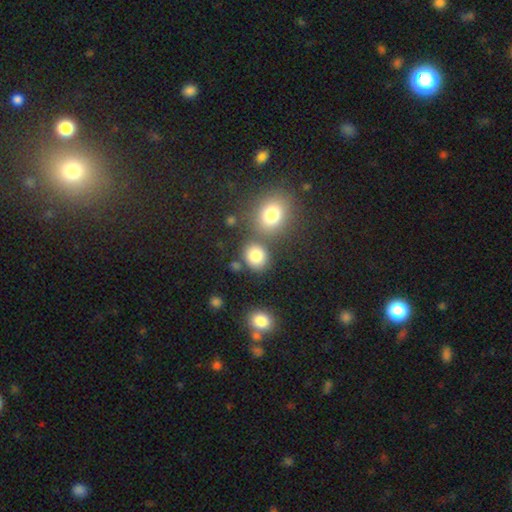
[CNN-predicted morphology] A smooth galaxy with no disk features (82%) that is round (68%).

Vote fractions:
- Smooth or featured? smooth: 82% / star or artifact: 12% / featured or disk: 6%
- How rounded? round: 68% / in between: 31% / cigar-shaped: 1%
- Merging? none: 69% / merger: 16% / minor disturbance: 11% / major disturbance: 5%